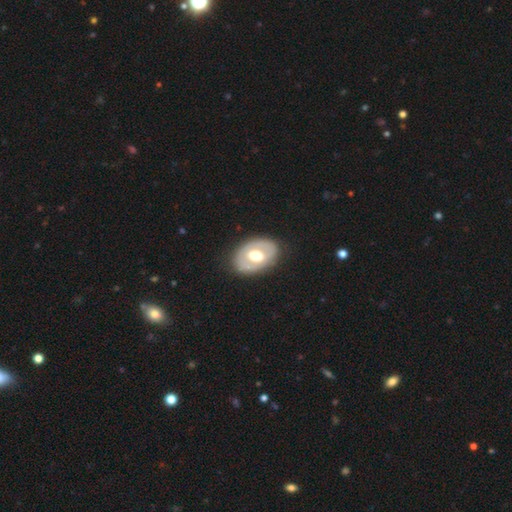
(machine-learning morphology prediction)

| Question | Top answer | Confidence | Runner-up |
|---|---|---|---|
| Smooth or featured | featured or disk | 51% | smooth (44%) |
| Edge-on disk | no | 91% | yes (9%) |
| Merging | none | 82% | minor disturbance (12%) |